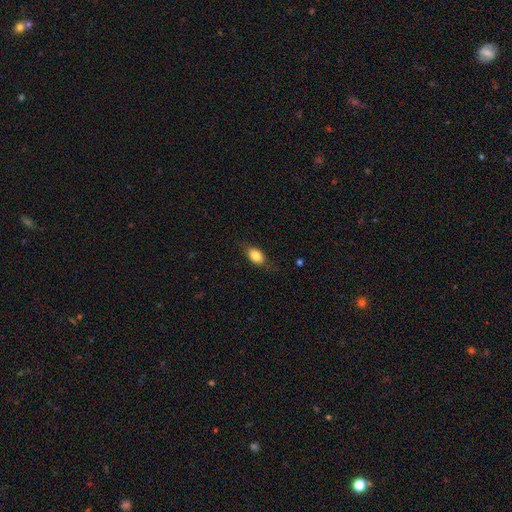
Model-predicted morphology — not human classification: Smooth or featured? Predicted: smooth (p=0.81). How rounded? Predicted: in between (p=0.84). Merging? Predicted: none (p=0.75).